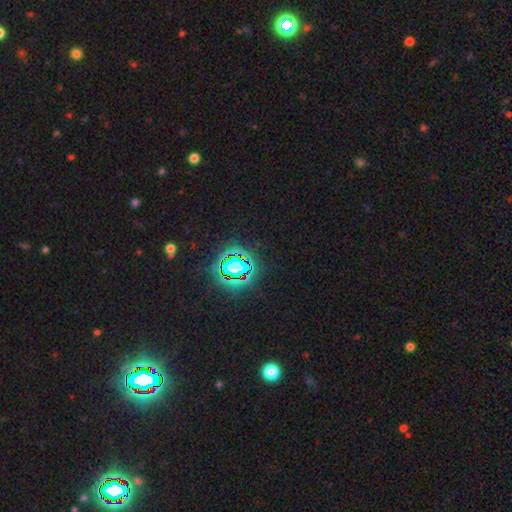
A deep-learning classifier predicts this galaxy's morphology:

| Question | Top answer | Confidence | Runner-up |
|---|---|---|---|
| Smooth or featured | star or artifact | 82% | smooth (11%) |